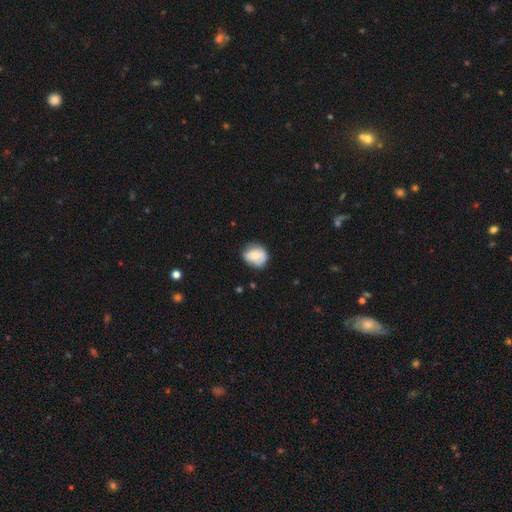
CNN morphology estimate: smooth 63%, featured or disk 29%, star or artifact 8%. Down the decision tree: how rounded — round (62%); merging — none (64%).